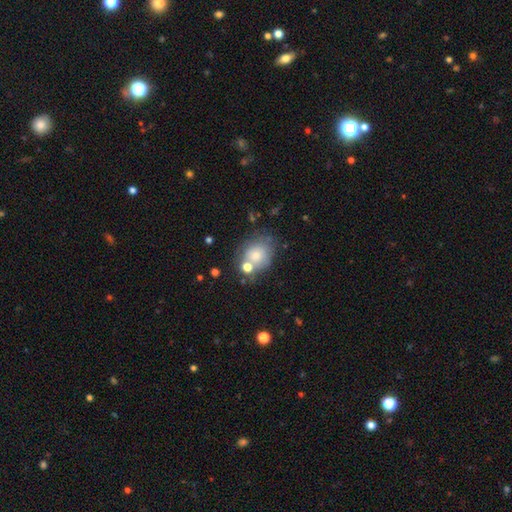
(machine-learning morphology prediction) smooth_or_featured: smooth (p=0.70) [alt: featured or disk p=0.19]
how_rounded: round (p=0.57) [alt: in between p=0.42]
merging: none (p=0.50) [alt: merger p=0.22]